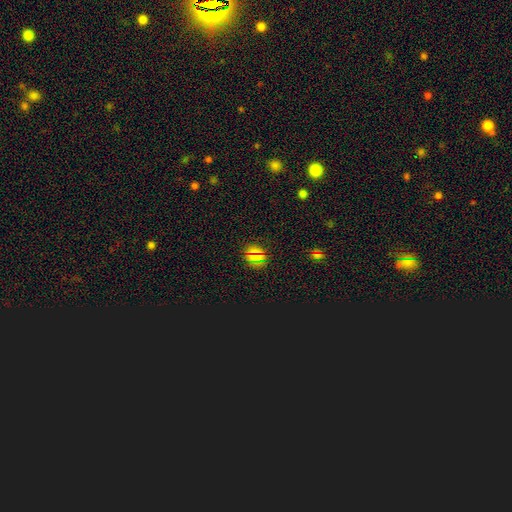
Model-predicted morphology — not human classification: Smooth or featured? smooth (53%)
How rounded? round (75%)
Merging? none (85%)